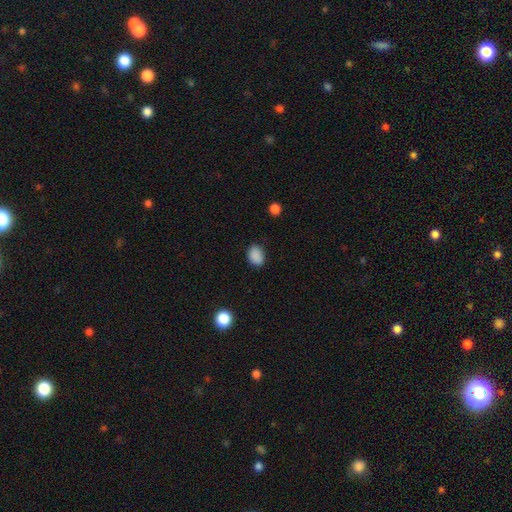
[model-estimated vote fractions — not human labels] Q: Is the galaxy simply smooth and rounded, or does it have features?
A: smooth — 88%.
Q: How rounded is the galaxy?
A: in between — 72%.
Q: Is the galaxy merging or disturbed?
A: none — 82%.